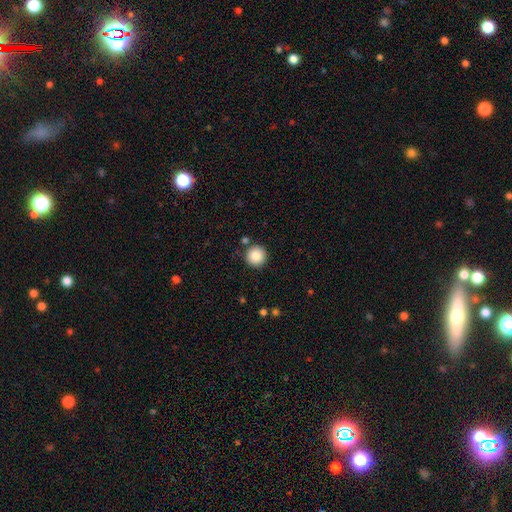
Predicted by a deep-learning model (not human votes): This is clearly a smooth galaxy (86%). How rounded: clearly round (96%). Merging: clearly none (87%).